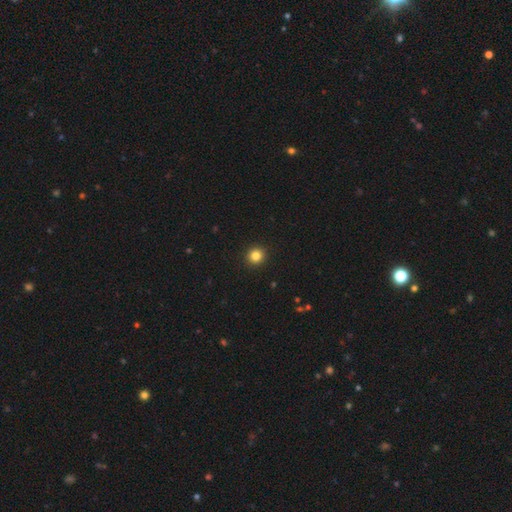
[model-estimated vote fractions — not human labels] Overall: smooth (83%). How rounded: round (91%). Merging: none (93%).